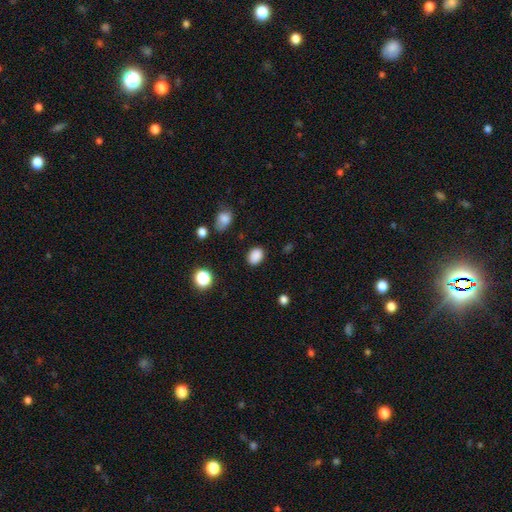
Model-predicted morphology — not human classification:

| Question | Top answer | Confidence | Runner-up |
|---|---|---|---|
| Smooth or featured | smooth | 87% | star or artifact (10%) |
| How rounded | in between | 69% | round (30%) |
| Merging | none | 86% | minor disturbance (10%) |